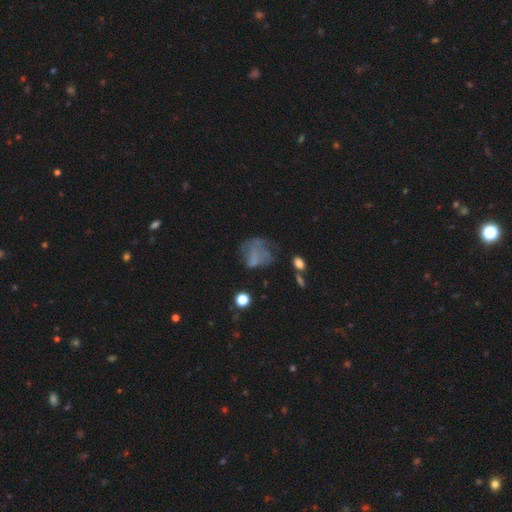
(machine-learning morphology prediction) Smooth or featured: smooth — 47% (featured or disk — 37%)
Merging: major disturbance — 40% (none — 32%)